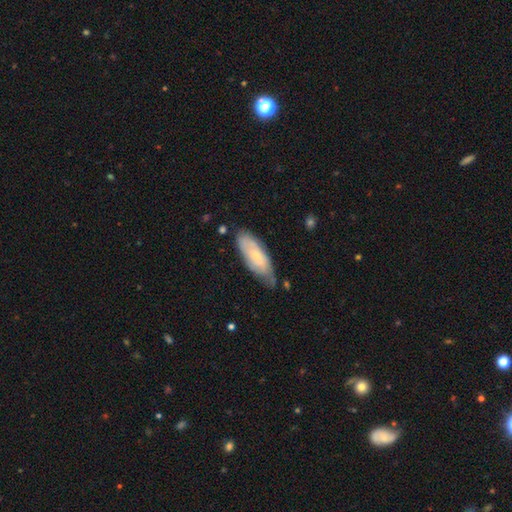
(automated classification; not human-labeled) The model was most divided on "smooth or featured": smooth: 53%, featured or disk: 41%, star or artifact: 6%. More confident: how rounded — in between (67%); merging — none (61%).